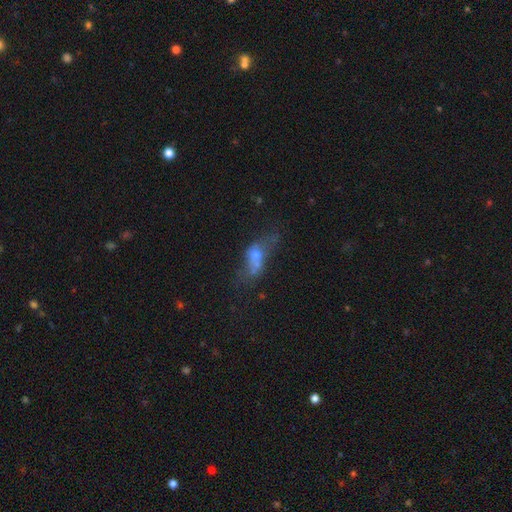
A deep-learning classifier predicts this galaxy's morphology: Smooth or featured? smooth (46%)
Merging? merger (46%)